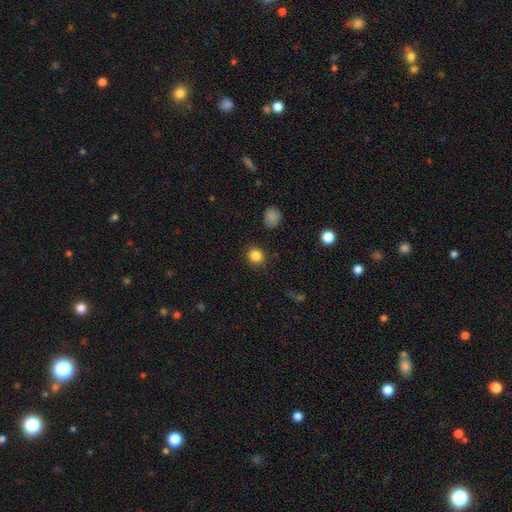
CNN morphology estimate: The model was most divided on "smooth or featured": smooth: 85%, star or artifact: 11%, featured or disk: 4%. More confident: merging — none (90%); how rounded — round (90%).